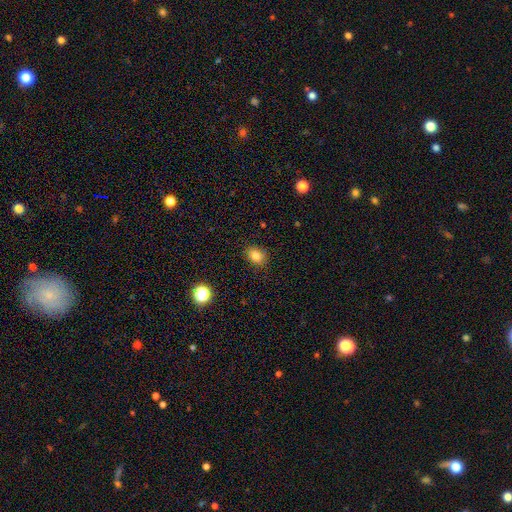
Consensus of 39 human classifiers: This appears to be a smooth galaxy with no disk features (90%) that is in between round and cigar-shaped (60%). Merging: none (89%).